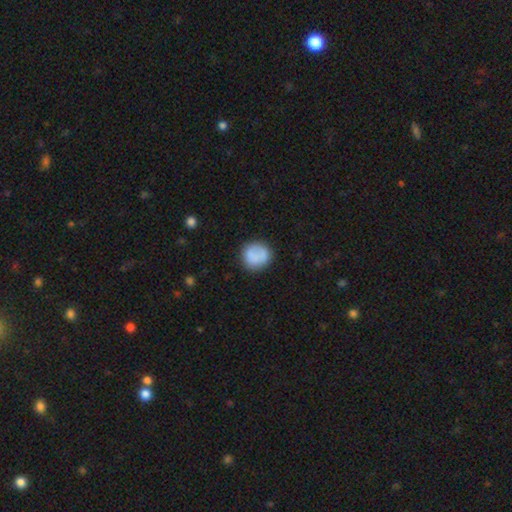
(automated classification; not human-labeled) Smooth or featured?
  - smooth: 81% *
  - featured or disk: 11%
  - star or artifact: 8%
How rounded?
  - round: 89% *
  - in between: 10%
  - cigar-shaped: 1%
Merging?
  - none: 77% *
  - minor disturbance: 14%
  - major disturbance: 5%
  - merger: 4%